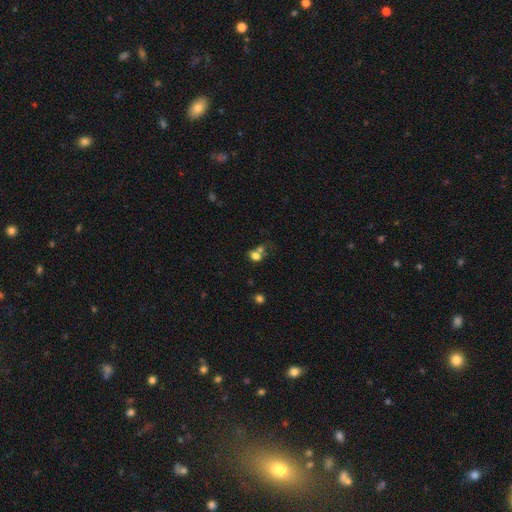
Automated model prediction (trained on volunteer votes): This appears to be a smooth galaxy with no disk features (71%) that is in between round and cigar-shaped (52%). Merging: merger (46%).